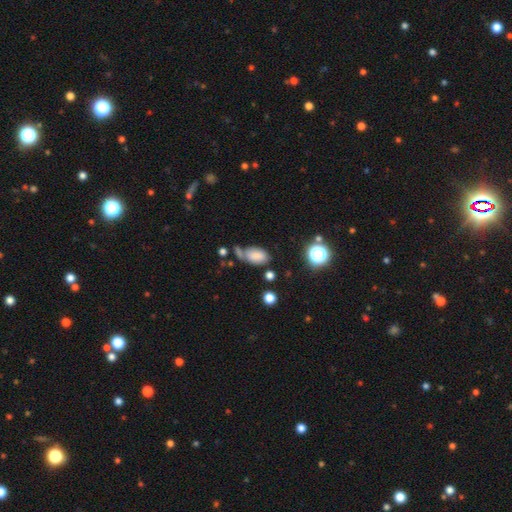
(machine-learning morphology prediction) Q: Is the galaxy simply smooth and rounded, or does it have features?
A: smooth — 77%.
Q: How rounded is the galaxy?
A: in between — 90%.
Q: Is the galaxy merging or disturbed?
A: none — 42%.